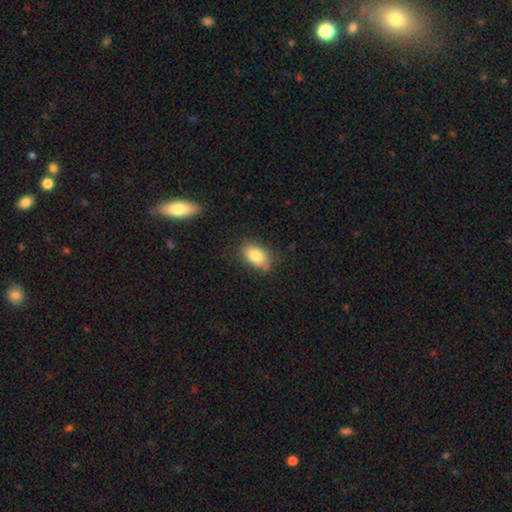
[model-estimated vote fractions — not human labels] This is clearly a smooth galaxy (81%). How rounded: clearly in between (89%). Merging: likely none (75%).